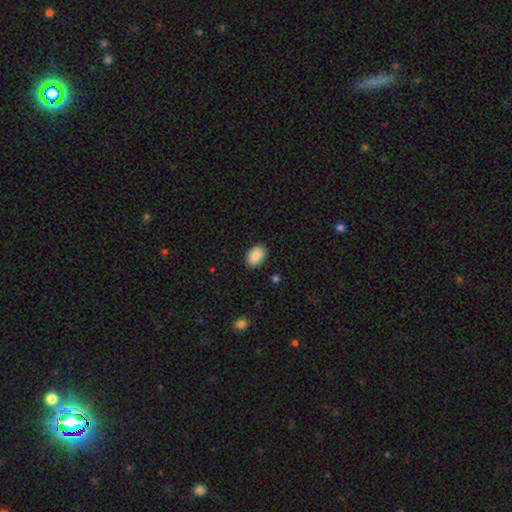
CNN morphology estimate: Overall: smooth (90%). How rounded: in between (89%). Merging: none (89%).